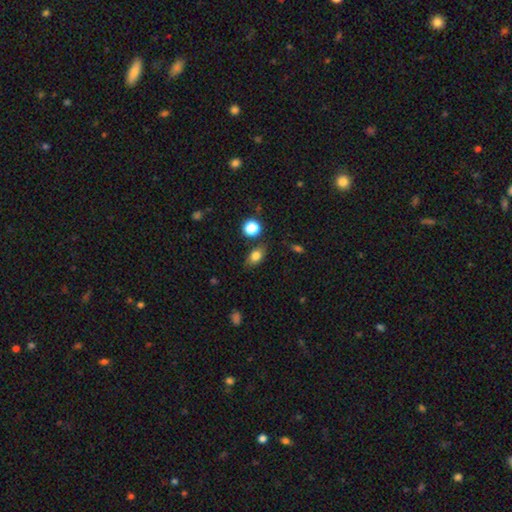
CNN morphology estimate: Smooth or featured? Predicted: smooth (p=0.79). How rounded? Predicted: in between (p=0.78). Merging? Predicted: none (p=0.78).